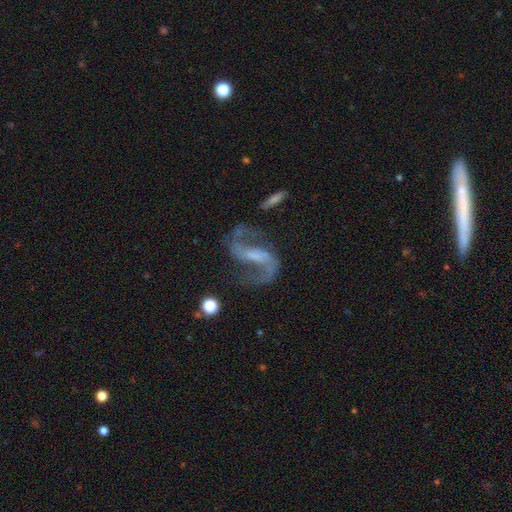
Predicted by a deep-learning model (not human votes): A featured or disk galaxy (90%) with a weak bar (43%), 2 (93%) loose (58%) spiral arms (97%) and a small central bulge (39%).

Vote fractions:
- Smooth or featured? featured or disk: 90% / star or artifact: 6% / smooth: 4%
- Edge-on disk? no: 97% / yes: 3%
- Bar? weak: 43% / strong: 41% / no: 17%
- Spiral arms? yes: 97% / no: 3%
- Spiral winding? loose: 58% / medium: 36% / tight: 6%
- Spiral arm count? 2: 93% / 1: 2% / can't tell: 2% / 3: 1% / 4: 1% / more than 4: 1%
- Bulge size? small: 39% / none: 35% / moderate: 20% / large: 4% / dominant: 1%
- Merging? none: 68% / minor disturbance: 15% / major disturbance: 13% / merger: 4%